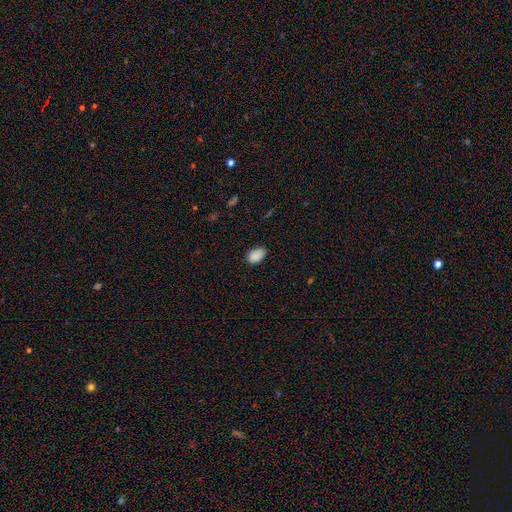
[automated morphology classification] smooth-or-featured: smooth: 89% | star or artifact: 8% | featured or disk: 3%
  how-rounded: in between: 89% | round: 9% | cigar-shaped: 1%
  merging: none: 81% | minor disturbance: 15% | major disturbance: 3% | merger: 1%